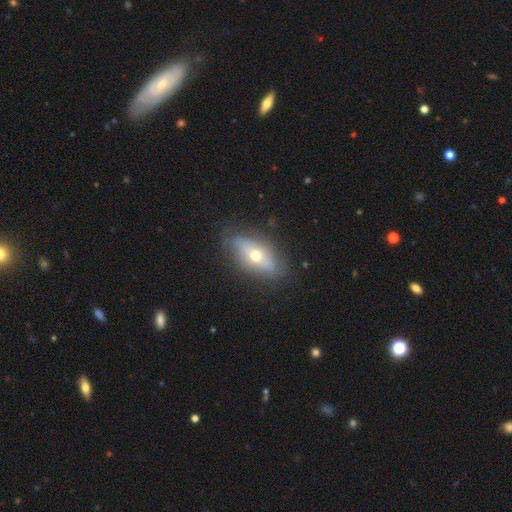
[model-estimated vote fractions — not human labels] Overall: smooth (46%, tied with featured or disk). Merging: none (79%).